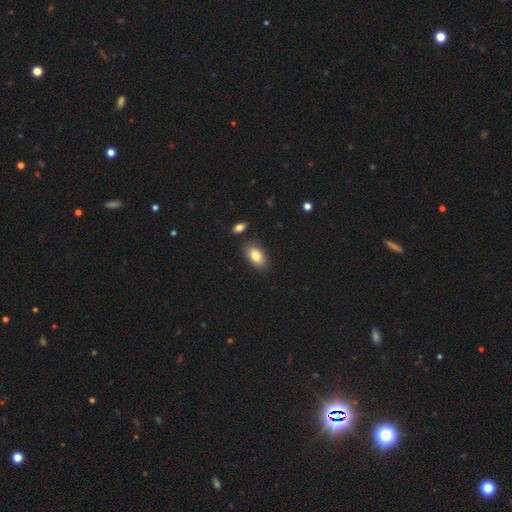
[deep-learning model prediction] Q: Smooth or featured?
A: smooth (83%); runner-up: featured or disk (10%)
Q: How rounded?
A: in between (92%); runner-up: round (5%)
Q: Merging?
A: none (84%); runner-up: minor disturbance (10%)